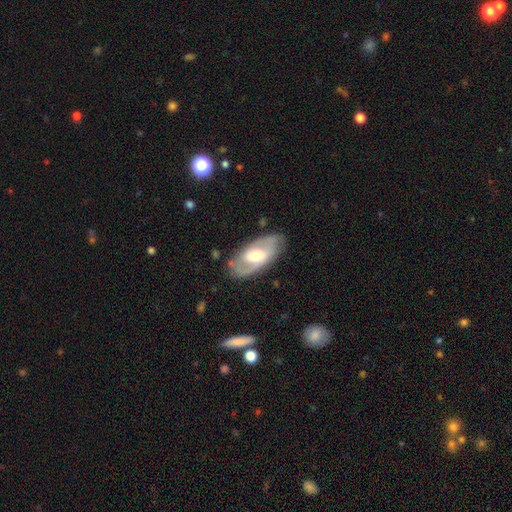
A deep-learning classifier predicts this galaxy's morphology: smooth_or_featured: featured or disk (p=0.68) [alt: smooth p=0.27]
disk_edge_on: no (p=0.90) [alt: yes p=0.10]
bar: weak (p=0.43) [alt: no p=0.37]
has_spiral_arms: yes (p=0.70) [alt: no p=0.30]
bulge_size: moderate (p=0.65) [alt: large p=0.20]
merging: none (p=0.79) [alt: minor disturbance p=0.15]